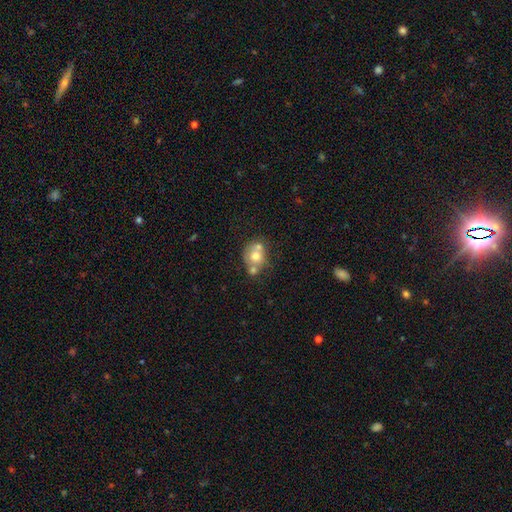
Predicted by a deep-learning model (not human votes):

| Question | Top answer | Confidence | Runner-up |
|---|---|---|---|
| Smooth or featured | smooth | 64% | featured or disk (26%) |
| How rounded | round | 66% | in between (33%) |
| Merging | merger | 49% | none (34%) |